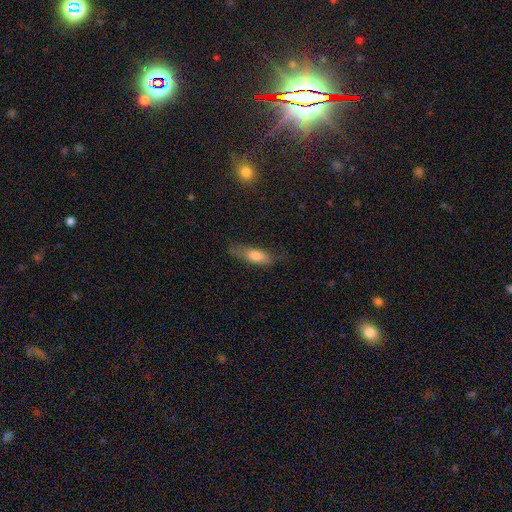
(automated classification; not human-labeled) smooth-or-featured: smooth: 71% | featured or disk: 21% | star or artifact: 8%
  how-rounded: in between: 60% | cigar-shaped: 38% | round: 3%
  merging: none: 61% | minor disturbance: 27% | major disturbance: 10% | merger: 2%